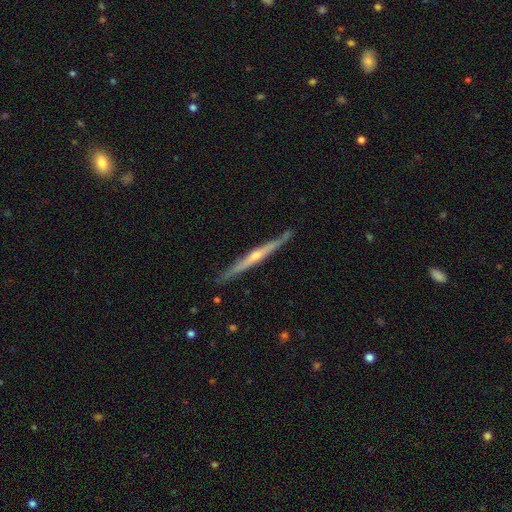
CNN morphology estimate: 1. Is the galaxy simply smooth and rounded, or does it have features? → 75% featured or disk, 20% smooth, 5% star or artifact.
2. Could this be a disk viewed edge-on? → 98% yes, 2% no.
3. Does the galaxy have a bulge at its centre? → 71% rounded, 25% none, 5% boxy.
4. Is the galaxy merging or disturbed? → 87% none, 10% minor disturbance, 2% merger, 2% major disturbance.